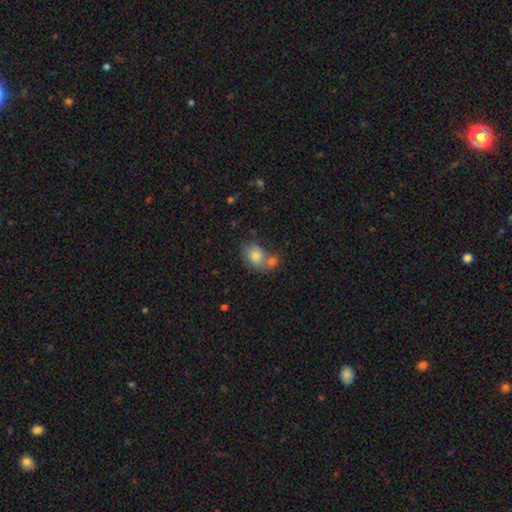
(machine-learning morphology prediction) Overall: smooth (79%). How rounded: in between (59%; round 40%). Merging: none (44%; merger 38%).